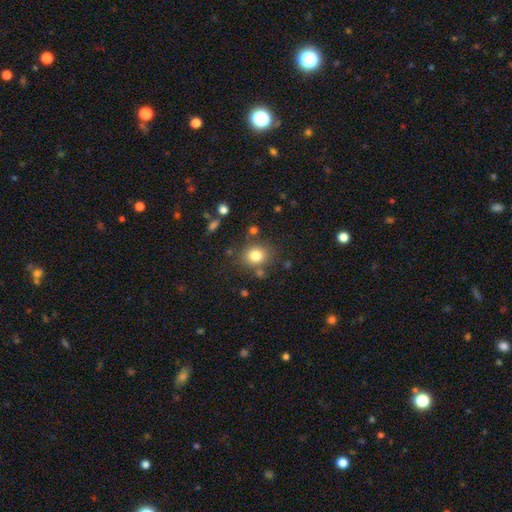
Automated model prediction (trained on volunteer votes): Smooth or featured? Predicted: smooth (p=0.80). How rounded? Predicted: round (p=0.72). Merging? Predicted: none (p=0.78).